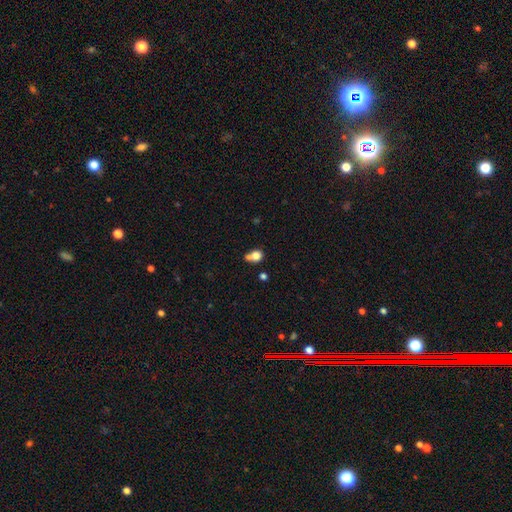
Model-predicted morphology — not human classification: This is likely a smooth galaxy (77%). How rounded: likely round (64%). Merging: marginally merger (40%).